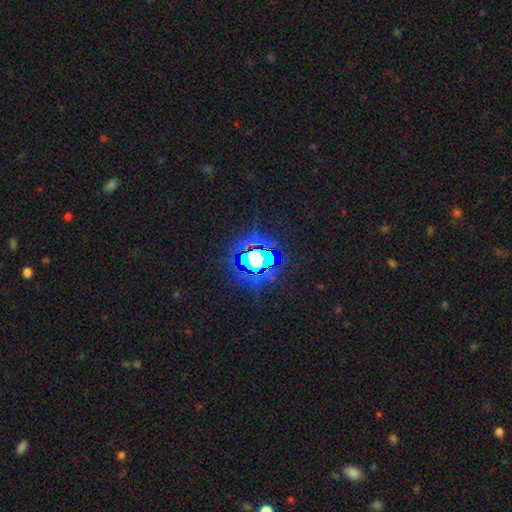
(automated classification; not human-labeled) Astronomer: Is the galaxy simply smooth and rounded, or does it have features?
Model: star or artifact — 73%.